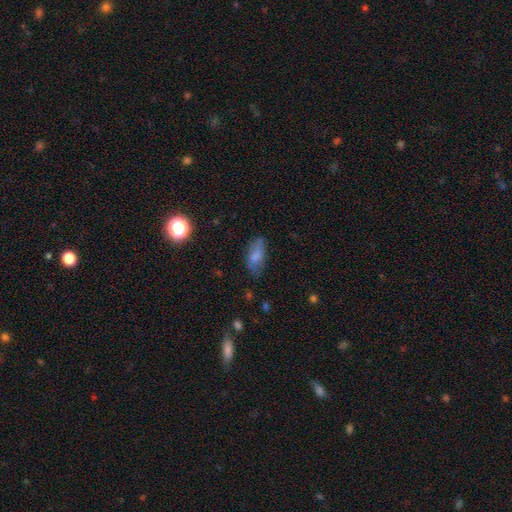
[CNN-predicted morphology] Smooth or featured?
  - smooth: 71% *
  - featured or disk: 18%
  - star or artifact: 10%
How rounded?
  - in between: 86% *
  - cigar-shaped: 10%
  - round: 4%
Merging?
  - none: 59% *
  - minor disturbance: 26%
  - major disturbance: 12%
  - merger: 3%